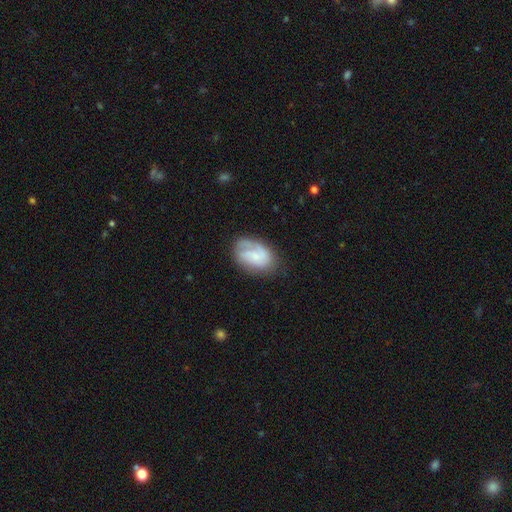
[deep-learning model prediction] Smooth or featured?
  - featured or disk: 54% *
  - smooth: 39%
  - star or artifact: 7%
Edge-on disk?
  - no: 97% *
  - yes: 3%
Bar?
  - no: 62% *
  - weak: 32%
  - strong: 7%
Spiral arms?
  - yes: 81% *
  - no: 19%
Bulge size?
  - small: 54% *
  - none: 22%
  - moderate: 19%
  - large: 4%
  - dominant: 2%
Merging?
  - none: 61% *
  - minor disturbance: 24%
  - major disturbance: 13%
  - merger: 2%